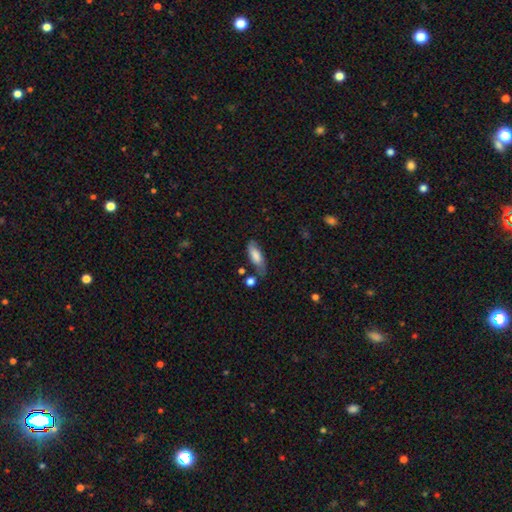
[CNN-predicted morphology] type=smooth (71%); roundness=in between (71%); merging=none (56%).